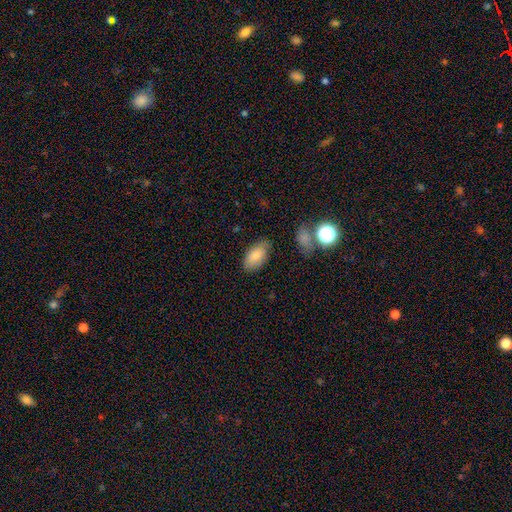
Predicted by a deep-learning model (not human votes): smooth-or-featured: smooth: 78% | featured or disk: 14% | star or artifact: 8%
  how-rounded: in between: 93% | round: 5% | cigar-shaped: 2%
  merging: none: 71% | minor disturbance: 21% | major disturbance: 5% | merger: 3%